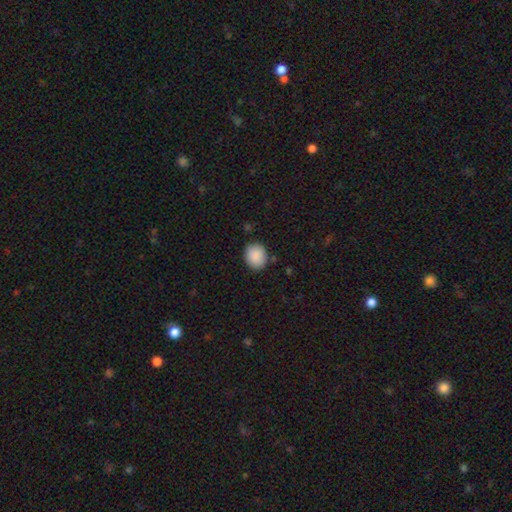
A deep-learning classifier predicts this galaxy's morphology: Smooth or featured?
  - smooth: 90% *
  - star or artifact: 7%
  - featured or disk: 3%
How rounded?
  - round: 67% *
  - in between: 32%
  - cigar-shaped: 1%
Merging?
  - none: 84% *
  - minor disturbance: 11%
  - major disturbance: 3%
  - merger: 2%